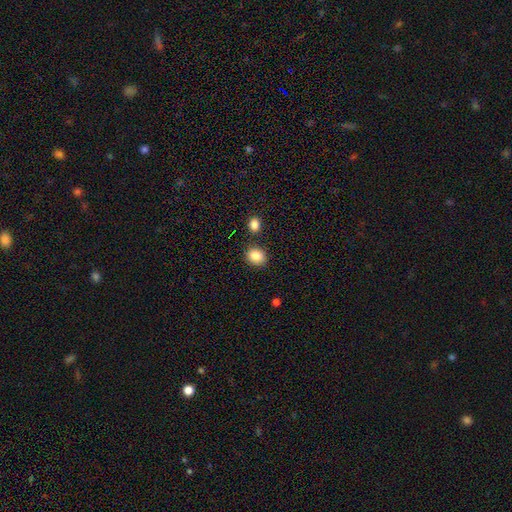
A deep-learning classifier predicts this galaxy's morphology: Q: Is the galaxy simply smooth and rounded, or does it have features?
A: smooth — 85%.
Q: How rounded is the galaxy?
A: round — 63%.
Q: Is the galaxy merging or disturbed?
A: none — 83%.